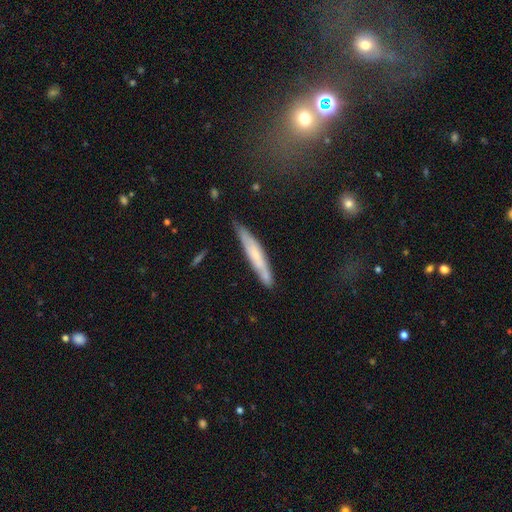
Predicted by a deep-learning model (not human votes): smooth-or-featured: smooth: 52% | featured or disk: 41% | star or artifact: 7%
  how-rounded: cigar-shaped: 92% | in between: 6% | round: 1%
  merging: none: 73% | minor disturbance: 19% | merger: 4% | major disturbance: 4%